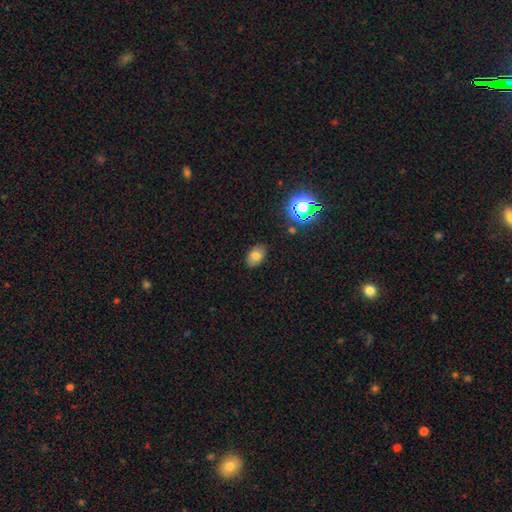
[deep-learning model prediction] A smooth galaxy with no disk features (74%) that is in between round and cigar-shaped (84%). Merging: none (85%).